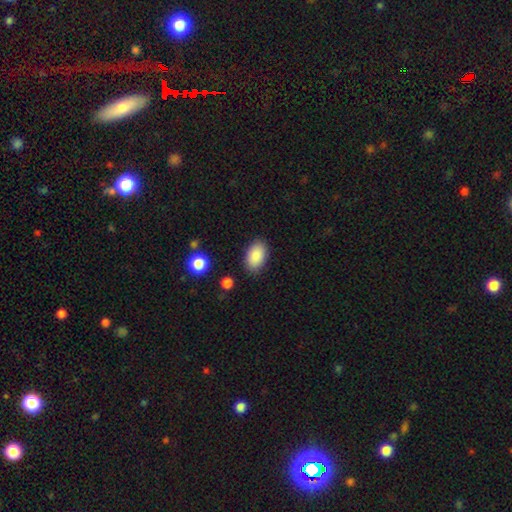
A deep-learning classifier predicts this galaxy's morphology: A smooth galaxy with no disk features (89%) that is in between round and cigar-shaped (92%).

Vote fractions:
- Smooth or featured? smooth: 89% / star or artifact: 7% / featured or disk: 4%
- How rounded? in between: 92% / round: 7% / cigar-shaped: 1%
- Merging? none: 85% / minor disturbance: 10% / major disturbance: 3% / merger: 2%